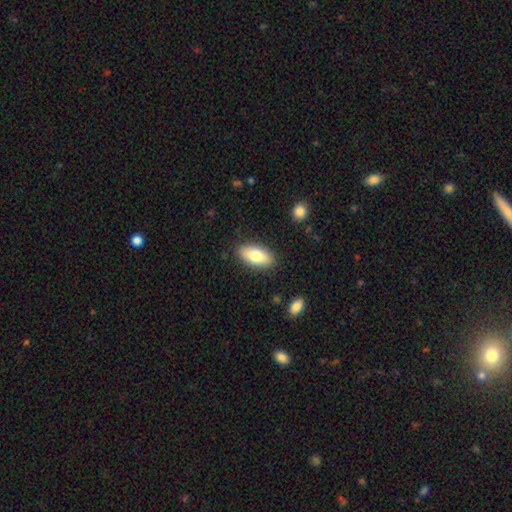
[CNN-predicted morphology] A smooth galaxy with no disk features (76%) that is in between round and cigar-shaped (88%). Merging: none (87%).